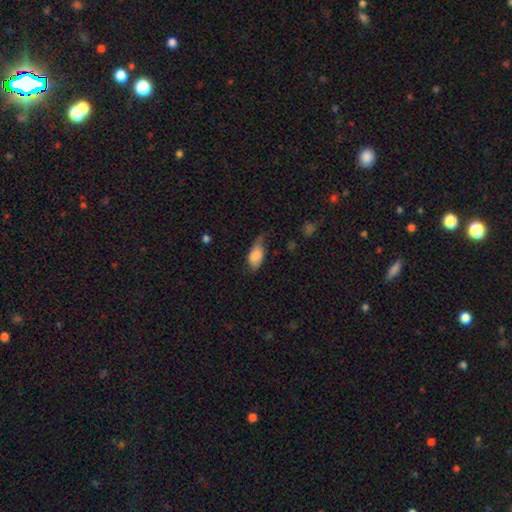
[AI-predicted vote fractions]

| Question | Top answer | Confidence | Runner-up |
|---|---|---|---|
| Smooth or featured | smooth | 80% | featured or disk (13%) |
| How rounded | in between | 92% | round (5%) |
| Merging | minor disturbance | 41% | none (34%) |